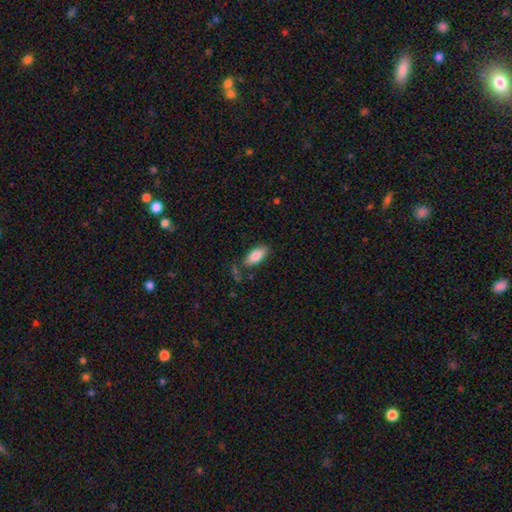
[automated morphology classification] Smooth or featured?
  - smooth: 85% *
  - featured or disk: 8%
  - star or artifact: 7%
How rounded?
  - in between: 89% *
  - cigar-shaped: 9%
  - round: 2%
Merging?
  - none: 74% *
  - minor disturbance: 16%
  - major disturbance: 5%
  - merger: 5%